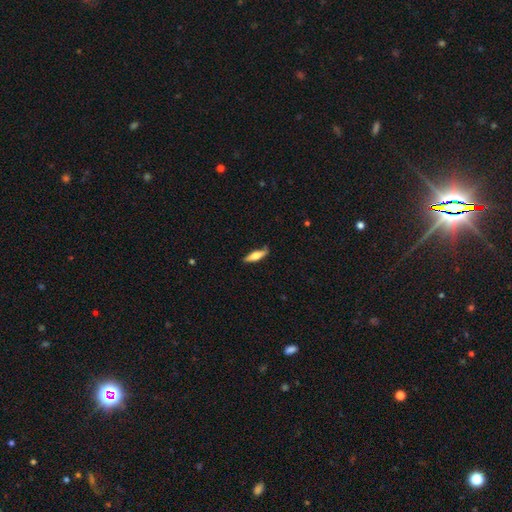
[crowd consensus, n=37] Smooth or featured: smooth — 68% (featured or disk — 27%)
How rounded: cigar-shaped — 60% (in between — 40%)
Merging: none — 83% (minor disturbance — 14%)